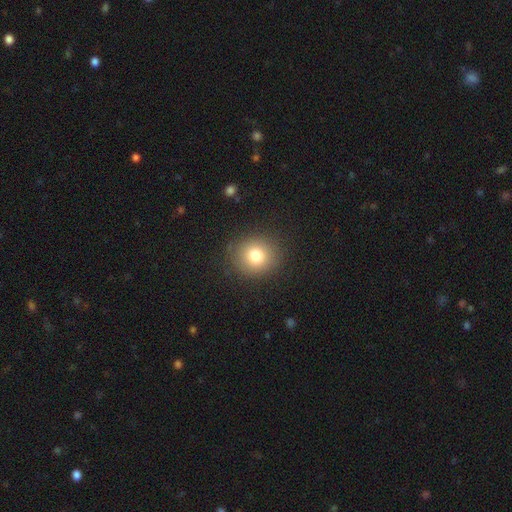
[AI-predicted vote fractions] smooth-or-featured: smooth: 78% | star or artifact: 12% | featured or disk: 10%
  how-rounded: round: 85% | in between: 14% | cigar-shaped: 1%
  merging: none: 88% | minor disturbance: 8% | major disturbance: 3% | merger: 1%